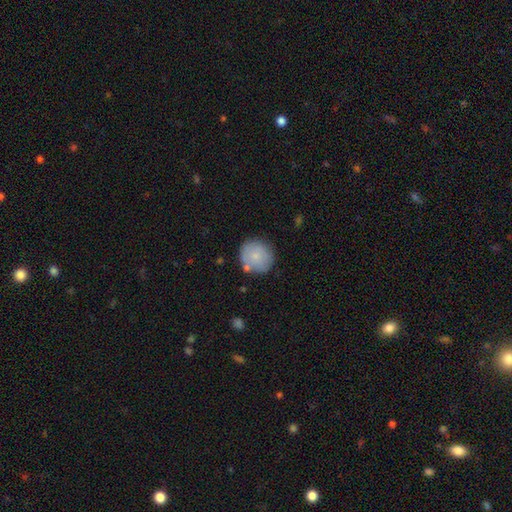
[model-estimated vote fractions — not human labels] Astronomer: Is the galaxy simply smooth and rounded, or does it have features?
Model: smooth — 79%.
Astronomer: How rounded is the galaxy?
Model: round — 91%.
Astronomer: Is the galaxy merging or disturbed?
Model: none — 76%.